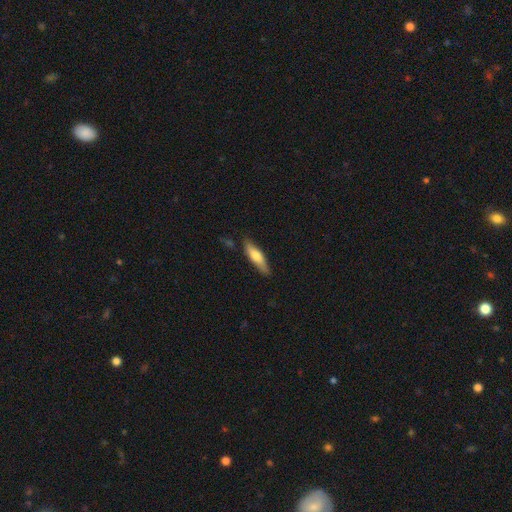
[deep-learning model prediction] Smooth or featured?
  - smooth: 63% *
  - featured or disk: 32%
  - star or artifact: 6%
How rounded?
  - cigar-shaped: 67% *
  - in between: 31%
  - round: 2%
Merging?
  - none: 82% *
  - minor disturbance: 14%
  - major disturbance: 3%
  - merger: 2%